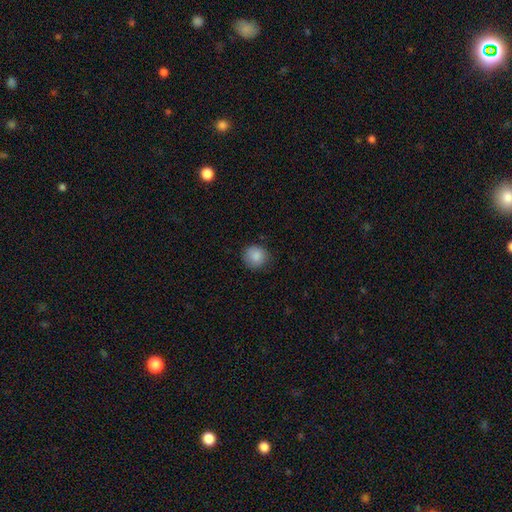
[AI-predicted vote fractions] Q: Smooth or featured?
A: smooth (87%); runner-up: star or artifact (8%)
Q: How rounded?
A: round (91%); runner-up: in between (8%)
Q: Merging?
A: none (83%); runner-up: minor disturbance (13%)